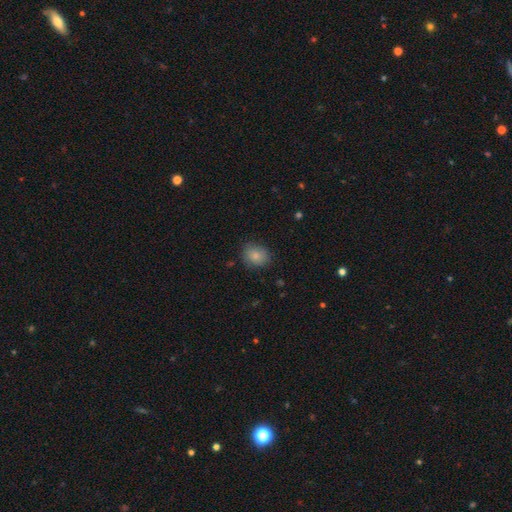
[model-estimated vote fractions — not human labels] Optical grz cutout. It shows a smooth galaxy with no disk features (84%) that is round (57%). Merging: none (81%).